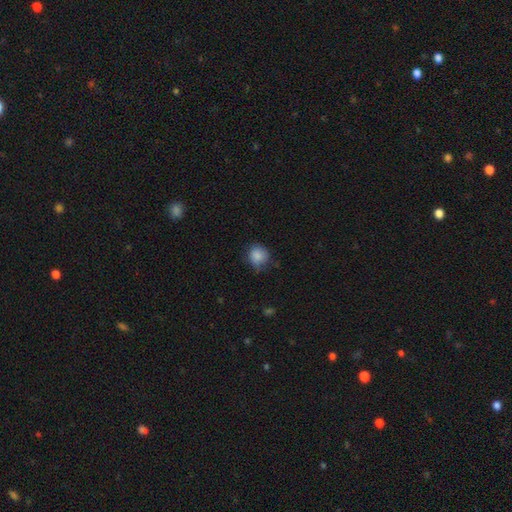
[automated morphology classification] Smooth or featured: smooth — 85% (star or artifact — 9%)
How rounded: round — 80% (in between — 19%)
Merging: none — 67% (minor disturbance — 26%)